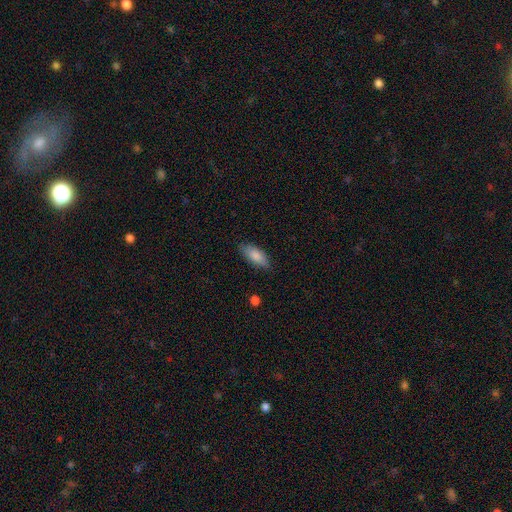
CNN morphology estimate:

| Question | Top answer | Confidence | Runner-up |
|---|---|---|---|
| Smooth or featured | smooth | 83% | featured or disk (11%) |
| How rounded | in between | 81% | cigar-shaped (17%) |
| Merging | none | 80% | minor disturbance (16%) |